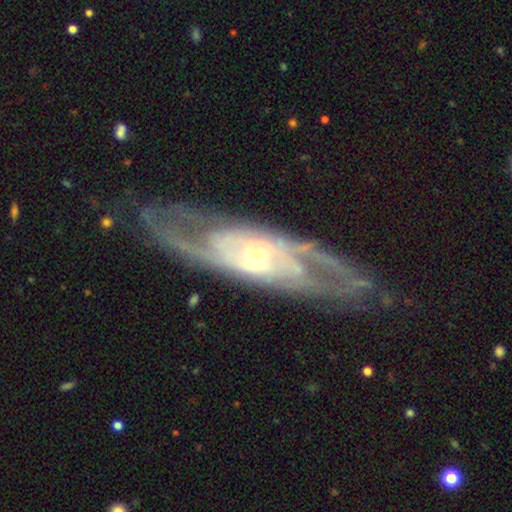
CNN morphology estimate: Smooth or featured: featured or disk — 86% (smooth — 8%)
Edge-on disk: no — 82% (yes — 18%)
Bar: no — 61% (weak — 27%)
Spiral arms: yes — 91% (no — 9%)
Spiral winding: tight — 48% (medium — 39%)
Spiral arm count: 2 — 54% (can't tell — 27%)
Bulge size: small — 63% (moderate — 32%)
Merging: none — 75% (minor disturbance — 15%)